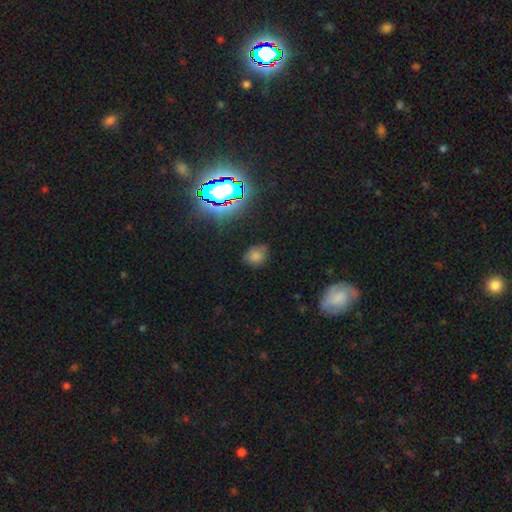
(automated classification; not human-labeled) A smooth galaxy with no disk features (53%) that is round (56%). Merging: none (77%).